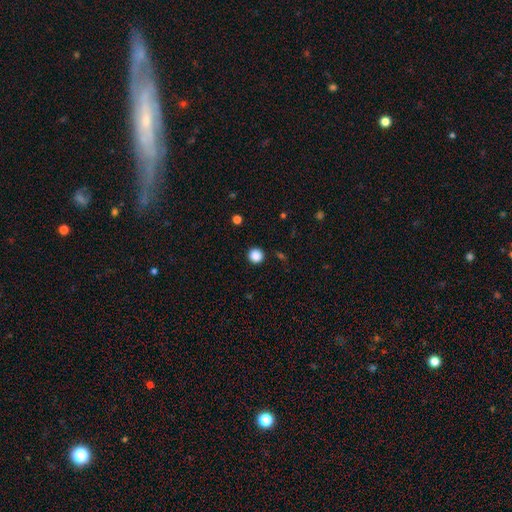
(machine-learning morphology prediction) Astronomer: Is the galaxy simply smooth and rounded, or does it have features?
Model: smooth — 87%.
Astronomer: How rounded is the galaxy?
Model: round — 94%.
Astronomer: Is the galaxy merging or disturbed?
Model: none — 92%.